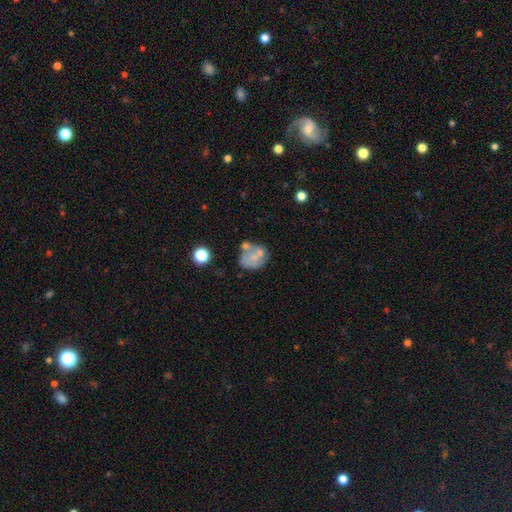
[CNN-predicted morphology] Smooth or featured?
  - smooth: 46% *
  - featured or disk: 40%
  - star or artifact: 14%
Merging?
  - none: 46% *
  - merger: 23%
  - minor disturbance: 20%
  - major disturbance: 12%